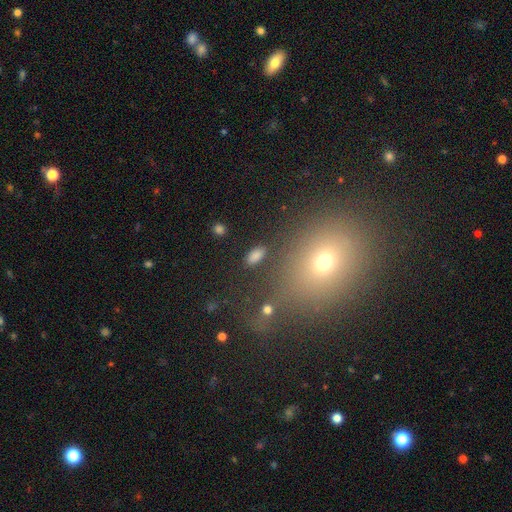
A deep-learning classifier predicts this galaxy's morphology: This is likely a smooth galaxy (63%). How rounded: likely in between (73%). Merging: likely none (74%).